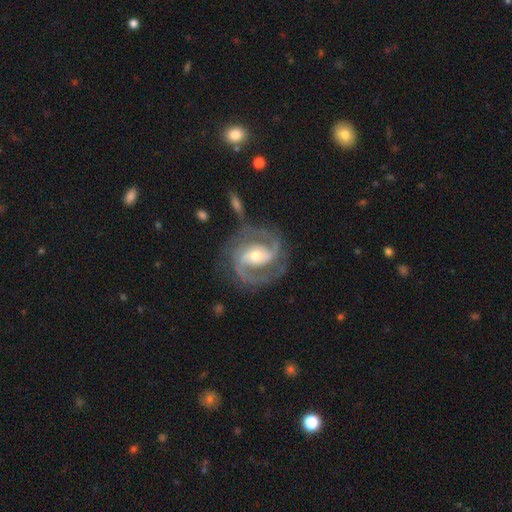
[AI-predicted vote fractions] The model was most divided on "bar": weak: 41%, no: 31%, strong: 28%. More confident: spiral arms — yes (98%); edge-on disk — no (98%); smooth or featured — featured or disk (91%); spiral arm count — 2 (86%); merging — none (76%); bulge size — moderate (62%); spiral winding — medium (55%).